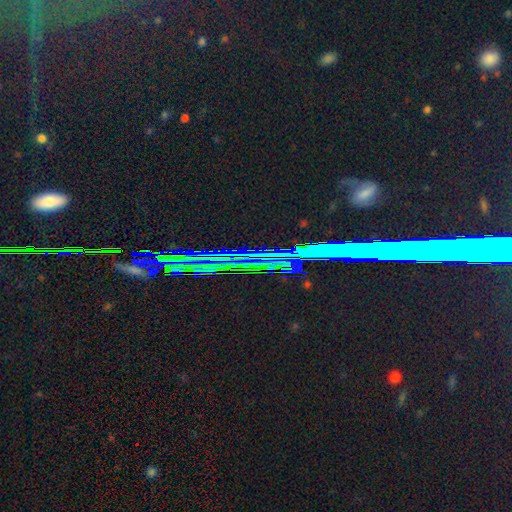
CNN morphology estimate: smooth-or-featured: star or artifact: 79% | featured or disk: 11% | smooth: 9%